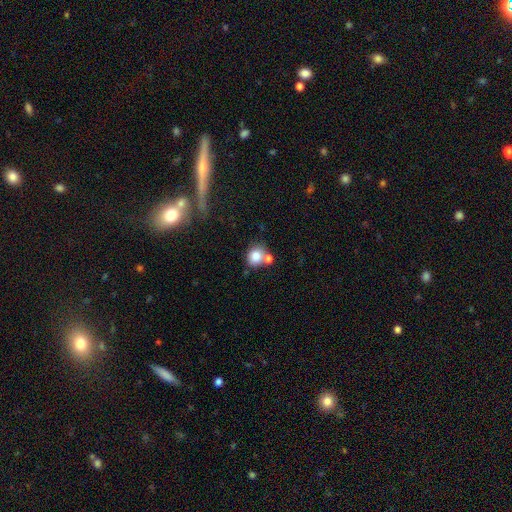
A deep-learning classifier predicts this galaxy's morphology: A smooth galaxy with no disk features (81%) that is round (72%).

Vote fractions:
- Smooth or featured? smooth: 81% / star or artifact: 10% / featured or disk: 9%
- How rounded? round: 72% / in between: 27% / cigar-shaped: 1%
- Merging? none: 55% / merger: 29% / minor disturbance: 12% / major disturbance: 5%